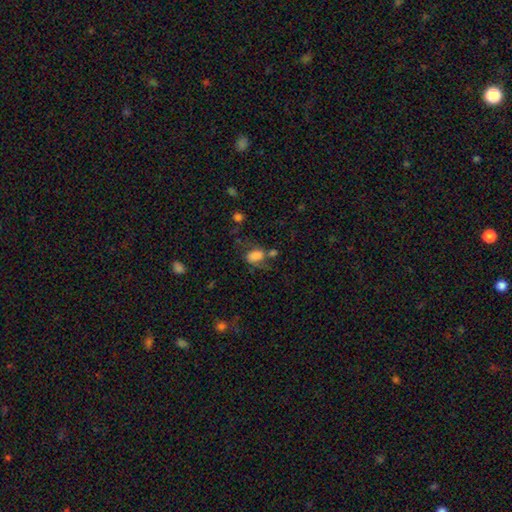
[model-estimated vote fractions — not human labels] Overall: smooth (72%). How rounded: in between (81%). Merging: none (37%; minor disturbance 23%).